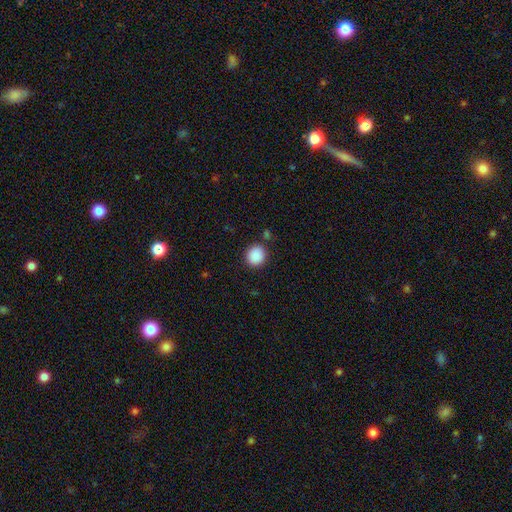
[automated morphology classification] Overall: smooth (89%). How rounded: round (87%). Merging: none (87%).